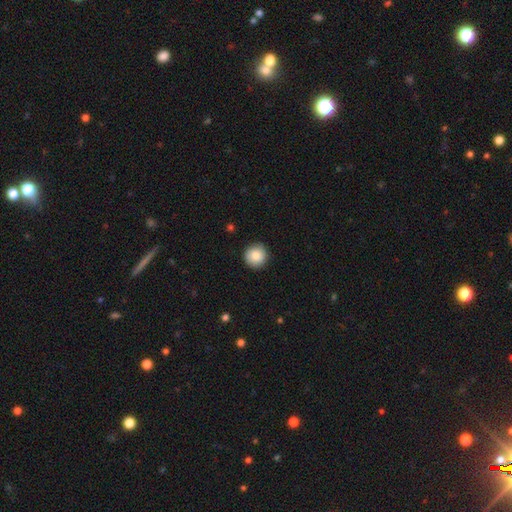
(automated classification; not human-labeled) Smooth or featured?
  - smooth: 86% *
  - star or artifact: 8%
  - featured or disk: 7%
How rounded?
  - round: 94% *
  - in between: 5%
  - cigar-shaped: 1%
Merging?
  - none: 90% *
  - minor disturbance: 7%
  - major disturbance: 2%
  - merger: 1%